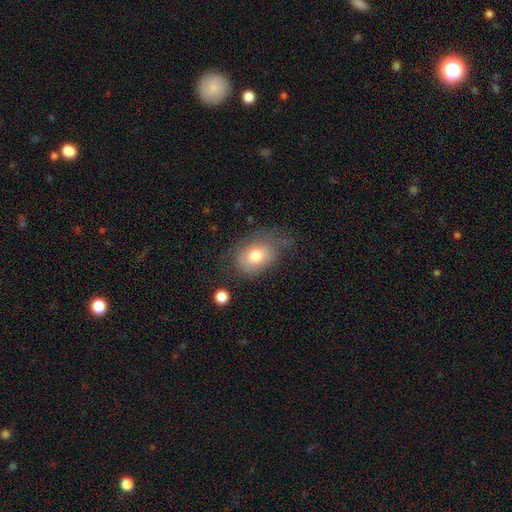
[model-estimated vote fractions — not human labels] Smooth or featured: smooth — 73% (featured or disk — 18%)
How rounded: in between — 72% (round — 27%)
Merging: none — 45% (minor disturbance — 31%)